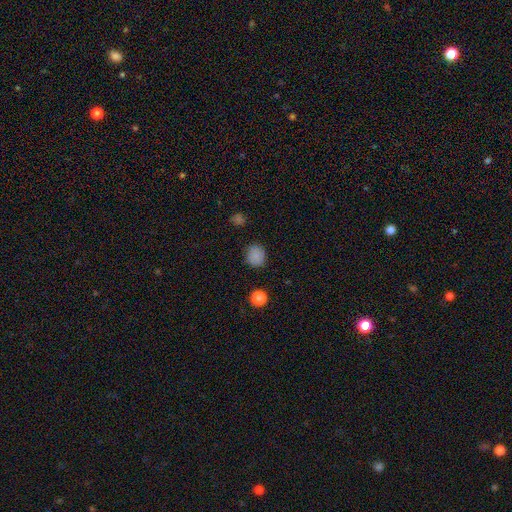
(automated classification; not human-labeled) The model was most divided on "how rounded": round: 82%, in between: 17%, cigar-shaped: 1%. More confident: merging — none (84%); smooth or featured — smooth (83%).